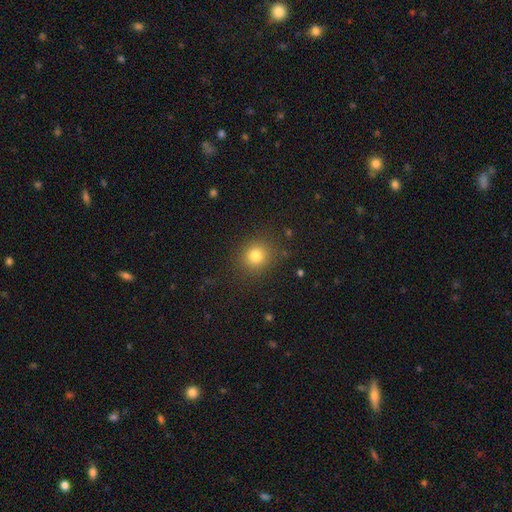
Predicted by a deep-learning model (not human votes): smooth-or-featured: smooth: 80% | star or artifact: 13% | featured or disk: 7%
  how-rounded: round: 84% | in between: 15% | cigar-shaped: 1%
  merging: none: 86% | minor disturbance: 9% | major disturbance: 4% | merger: 1%